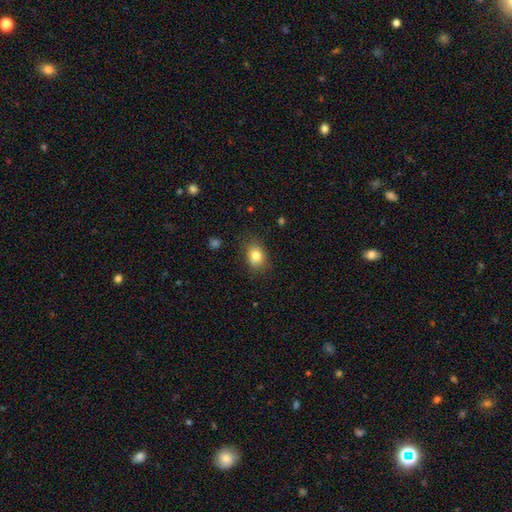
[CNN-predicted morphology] smooth_or_featured: smooth (p=0.82) [alt: star or artifact p=0.10]
how_rounded: in between (p=0.63) [alt: round p=0.36]
merging: none (p=0.81) [alt: minor disturbance p=0.14]